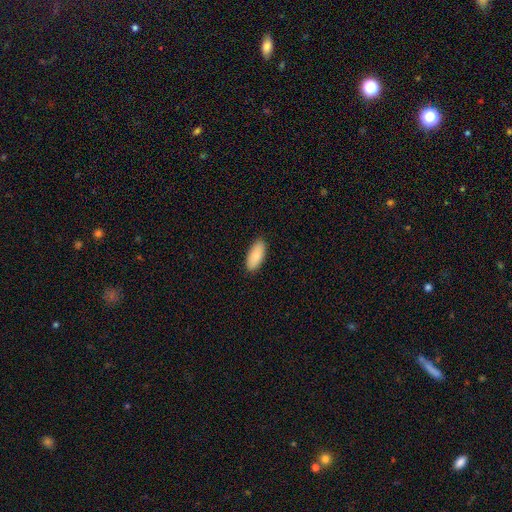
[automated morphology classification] This appears to be a smooth galaxy with no disk features (84%) that is in between round and cigar-shaped (87%). Merging: none (89%).